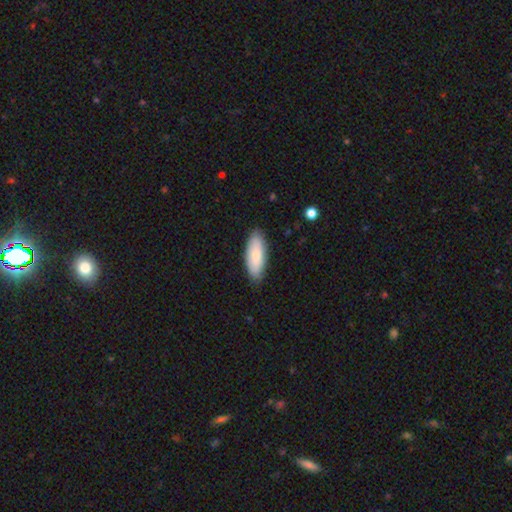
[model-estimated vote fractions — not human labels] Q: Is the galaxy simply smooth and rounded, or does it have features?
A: smooth — 82%.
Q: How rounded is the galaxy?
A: in between — 76%.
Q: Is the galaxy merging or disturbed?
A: none — 84%.